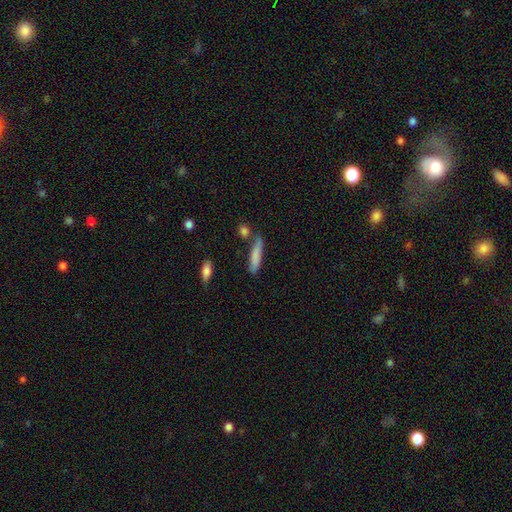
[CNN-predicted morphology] Overall: smooth (79%). How rounded: cigar-shaped (80%). Merging: none (67%).